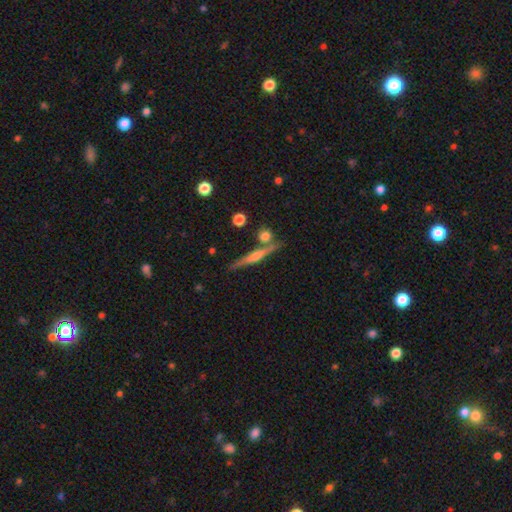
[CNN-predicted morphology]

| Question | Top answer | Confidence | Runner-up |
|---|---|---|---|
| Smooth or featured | featured or disk | 69% | smooth (24%) |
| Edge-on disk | yes | 97% | no (3%) |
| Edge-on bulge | rounded | 76% | none (14%) |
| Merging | none | 79% | merger (10%) |